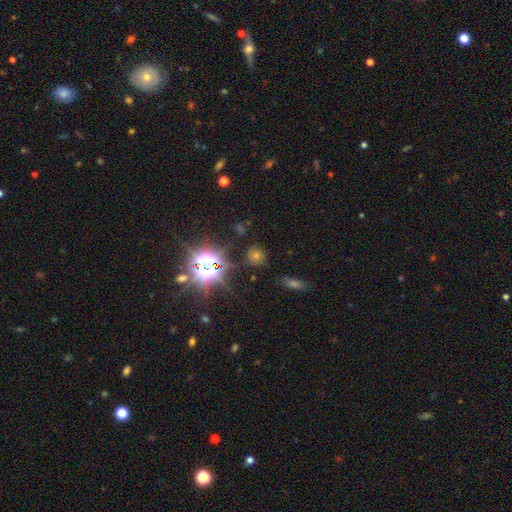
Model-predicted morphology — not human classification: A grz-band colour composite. It shows a star or artifact, not a galaxy (57%).